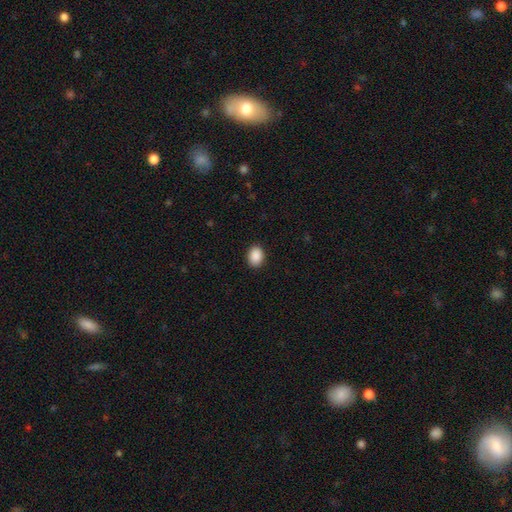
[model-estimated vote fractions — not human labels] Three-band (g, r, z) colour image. It shows a smooth galaxy with no disk features (90%) that is in between round and cigar-shaped (70%). Merging: none (90%).